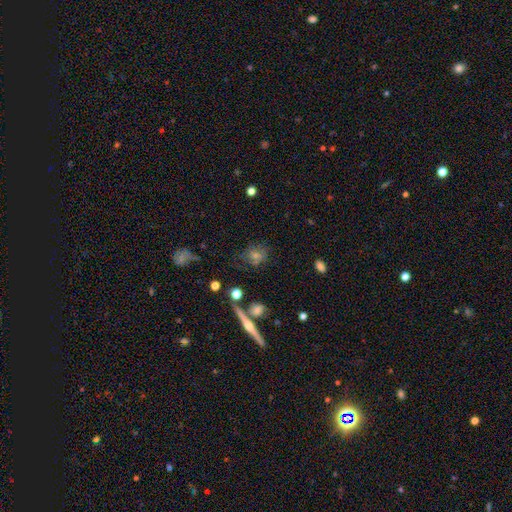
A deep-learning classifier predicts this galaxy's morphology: type=smooth (45%); merging=none (71%).